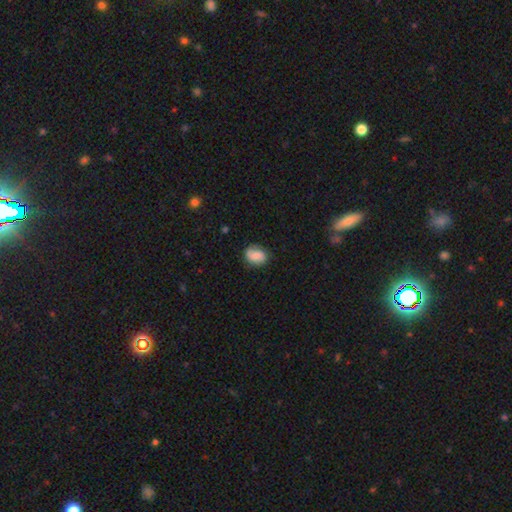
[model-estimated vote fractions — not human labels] A smooth galaxy with no disk features (58%) that is in between round and cigar-shaped (57%).

Vote fractions:
- Smooth or featured? smooth: 58% / featured or disk: 33% / star or artifact: 9%
- How rounded? in between: 57% / round: 41% / cigar-shaped: 1%
- Merging? none: 72% / minor disturbance: 21% / major disturbance: 6% / merger: 1%